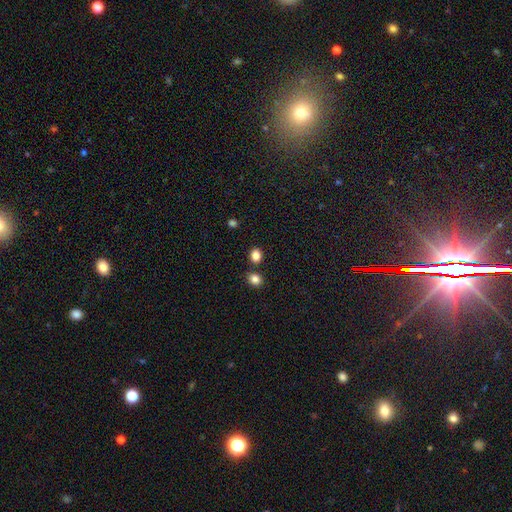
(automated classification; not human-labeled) Overall: smooth (85%). How rounded: round (56%; in between 43%). Merging: none (78%).